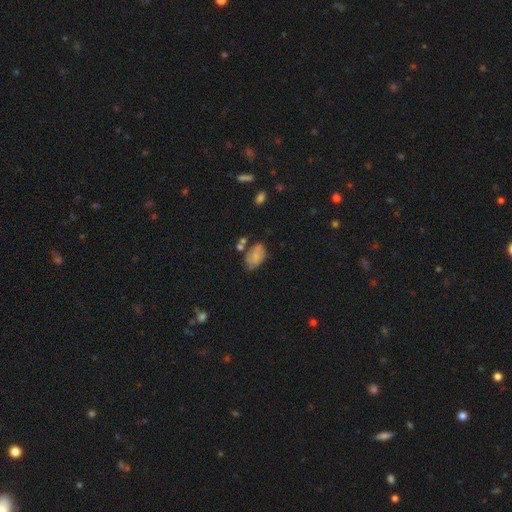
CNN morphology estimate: This appears to be a smooth galaxy with no disk features (70%) that is in between round and cigar-shaped (89%). Merging: none (49%).